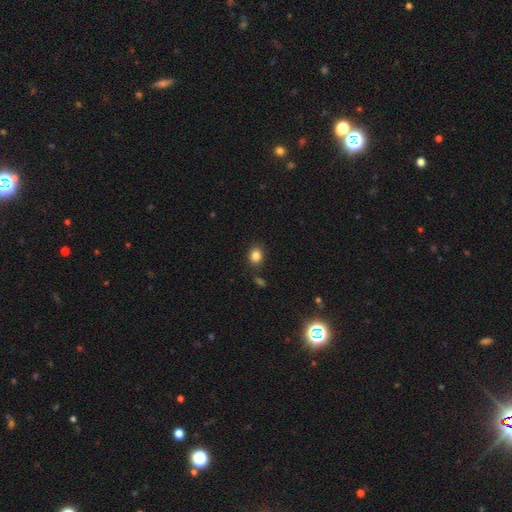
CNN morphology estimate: This is clearly a smooth galaxy (84%). How rounded: possibly round (56%). Merging: clearly none (83%).